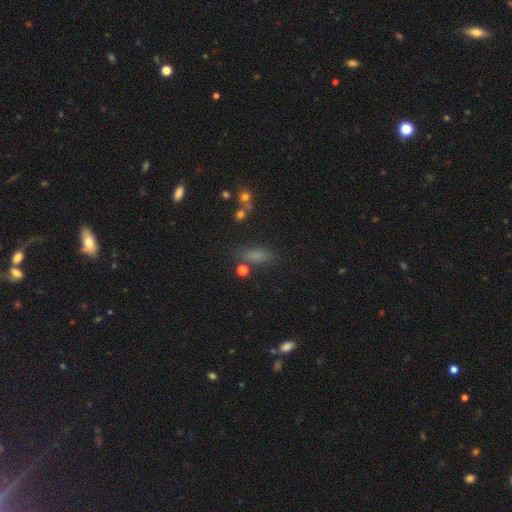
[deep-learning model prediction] Smooth or featured? Predicted: smooth (p=0.72). How rounded? Predicted: in between (p=0.64). Merging? Predicted: none (p=0.74).